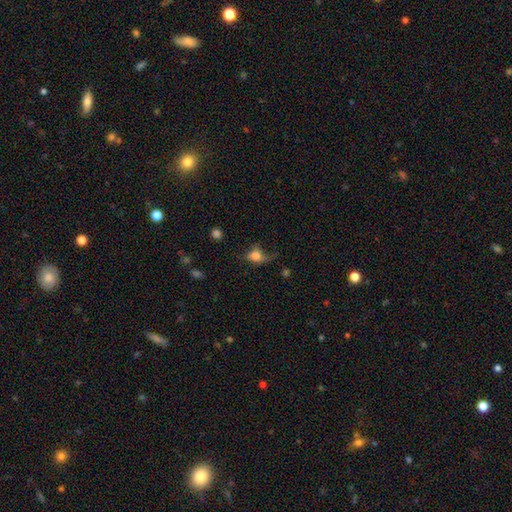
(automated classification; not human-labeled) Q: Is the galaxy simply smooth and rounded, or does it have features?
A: smooth — 72%.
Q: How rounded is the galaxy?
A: in between — 59%.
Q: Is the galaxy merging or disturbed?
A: major disturbance — 35%.